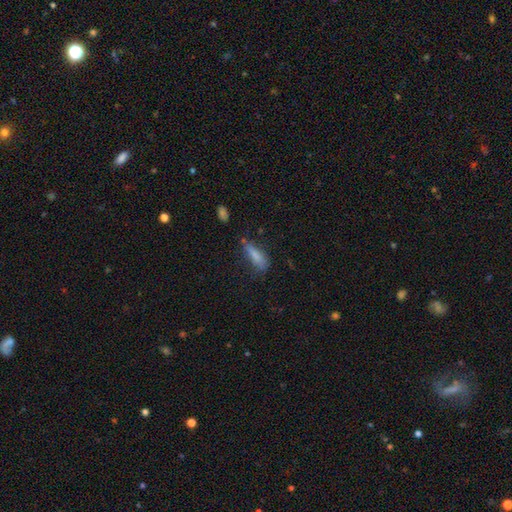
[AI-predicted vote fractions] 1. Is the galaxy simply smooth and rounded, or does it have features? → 78% smooth, 14% featured or disk, 9% star or artifact.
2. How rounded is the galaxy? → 51% cigar-shaped, 47% in between, 2% round.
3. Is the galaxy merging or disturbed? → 55% none, 29% minor disturbance, 11% major disturbance, 5% merger.